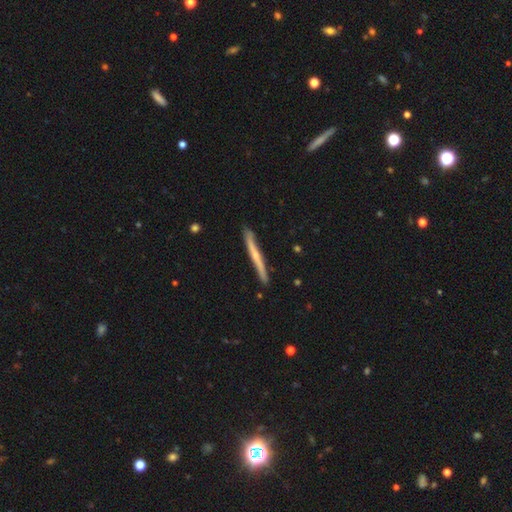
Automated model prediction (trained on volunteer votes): A featured or disk galaxy (64%) viewed edge-on (95%) with a rounded central bulge (61%).

Vote fractions:
- Smooth or featured? featured or disk: 64% / smooth: 31% / star or artifact: 5%
- Edge-on disk? yes: 95% / no: 5%
- Edge-on bulge? rounded: 61% / none: 35% / boxy: 4%
- Merging? none: 86% / minor disturbance: 11% / major disturbance: 2% / merger: 2%